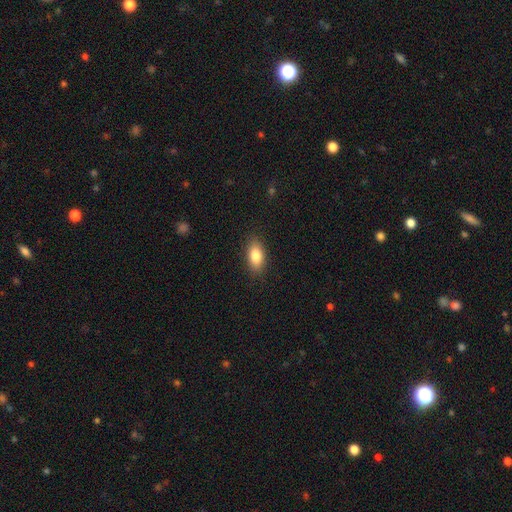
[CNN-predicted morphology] This is clearly a smooth galaxy (83%). How rounded: clearly in between (88%). Merging: clearly none (88%).